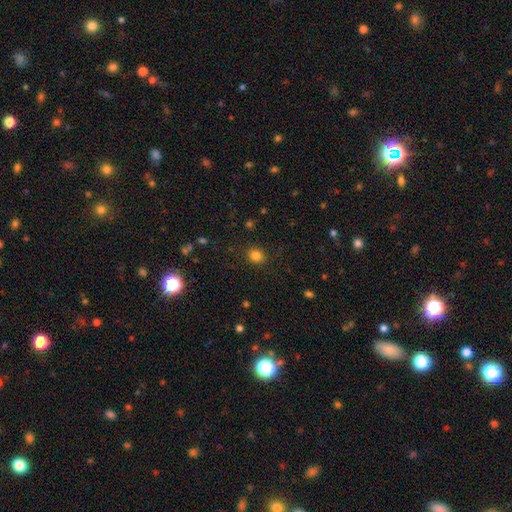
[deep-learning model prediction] This is clearly a smooth galaxy (82%). How rounded: likely round (79%). Merging: clearly none (89%).